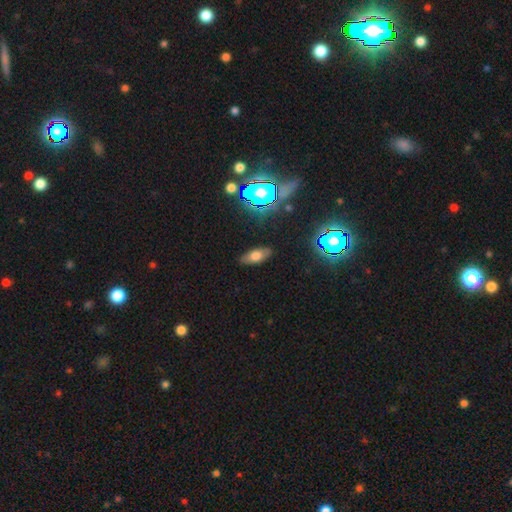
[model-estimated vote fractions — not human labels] Smooth or featured? smooth (61%)
How rounded? in between (81%)
Merging? none (84%)